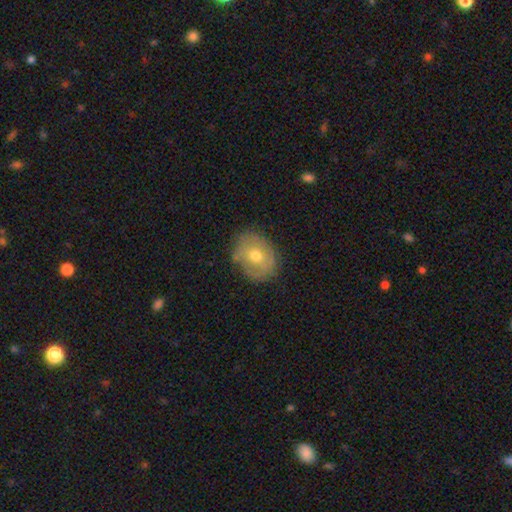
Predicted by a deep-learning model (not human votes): smooth_or_featured: smooth (p=0.56) [alt: featured or disk p=0.36]
how_rounded: in between (p=0.52) [alt: round p=0.47]
merging: none (p=0.75) [alt: minor disturbance p=0.19]